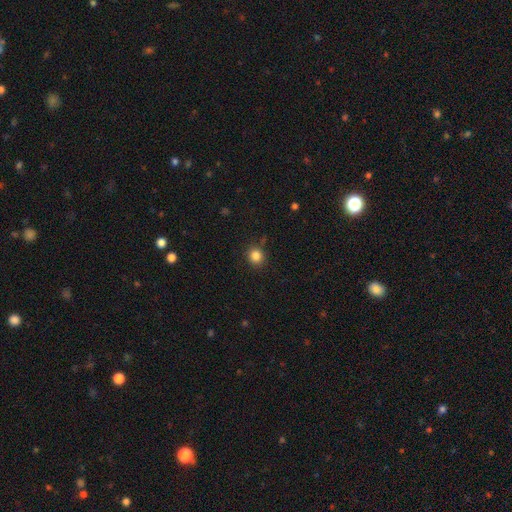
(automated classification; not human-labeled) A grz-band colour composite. It shows a smooth galaxy with no disk features (84%) that is round (87%). Merging: none (87%).